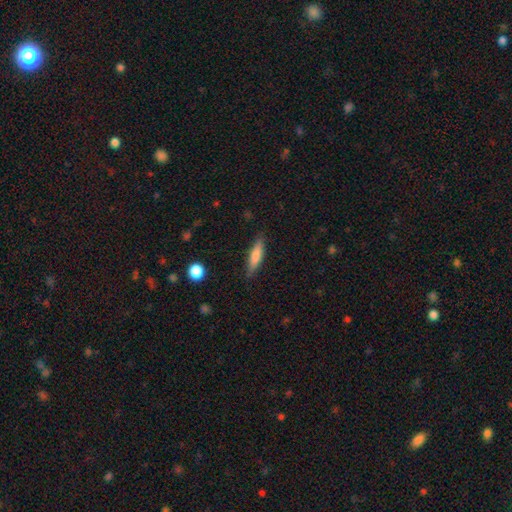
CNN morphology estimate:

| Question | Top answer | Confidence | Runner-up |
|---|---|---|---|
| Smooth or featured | smooth | 73% | featured or disk (20%) |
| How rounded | cigar-shaped | 75% | in between (24%) |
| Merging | none | 83% | minor disturbance (13%) |